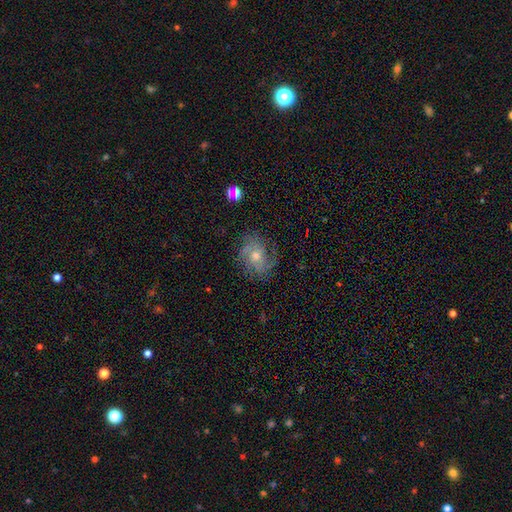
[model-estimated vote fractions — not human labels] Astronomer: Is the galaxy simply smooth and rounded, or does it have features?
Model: featured or disk — 70%.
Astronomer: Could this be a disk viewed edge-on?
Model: no — 96%.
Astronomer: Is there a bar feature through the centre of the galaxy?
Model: no — 75%.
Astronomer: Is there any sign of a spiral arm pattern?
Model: yes — 90%.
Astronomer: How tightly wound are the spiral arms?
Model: tight — 45% (runner-up: medium, 39%).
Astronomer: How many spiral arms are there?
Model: can't tell — 35% (runner-up: 3, 21%).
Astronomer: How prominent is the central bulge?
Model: moderate — 54% (runner-up: small, 41%).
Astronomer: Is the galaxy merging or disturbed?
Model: none — 75%.